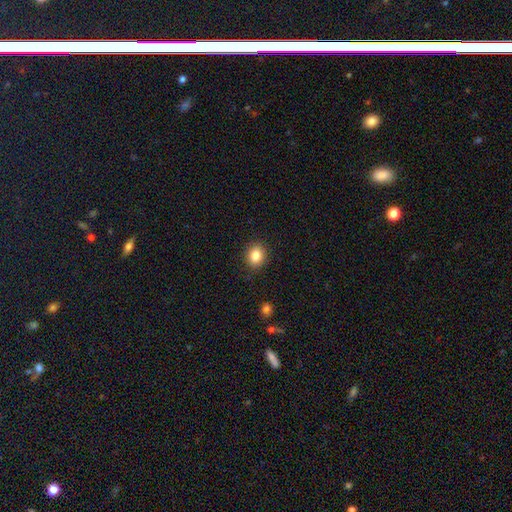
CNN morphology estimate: Smooth or featured? smooth (84%)
How rounded? round (59%)
Merging? none (89%)